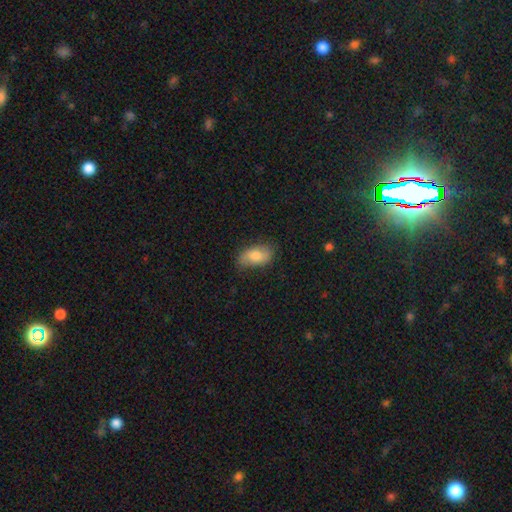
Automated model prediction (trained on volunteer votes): Smooth or featured? smooth (71%)
How rounded? in between (92%)
Merging? none (75%)